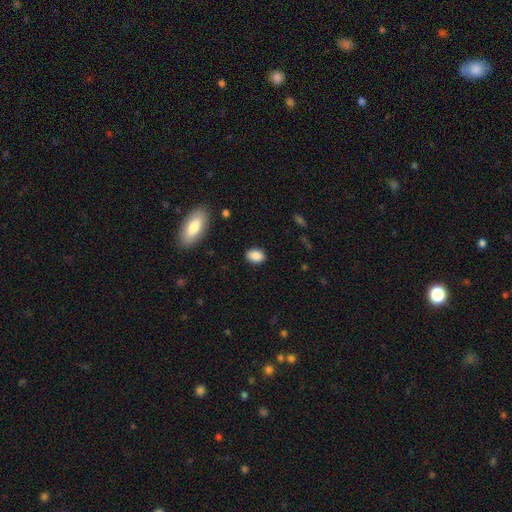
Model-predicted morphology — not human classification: smooth-or-featured: smooth: 87% | star or artifact: 8% | featured or disk: 4%
  how-rounded: in between: 78% | round: 20% | cigar-shaped: 2%
  merging: none: 85% | minor disturbance: 11% | major disturbance: 2% | merger: 1%